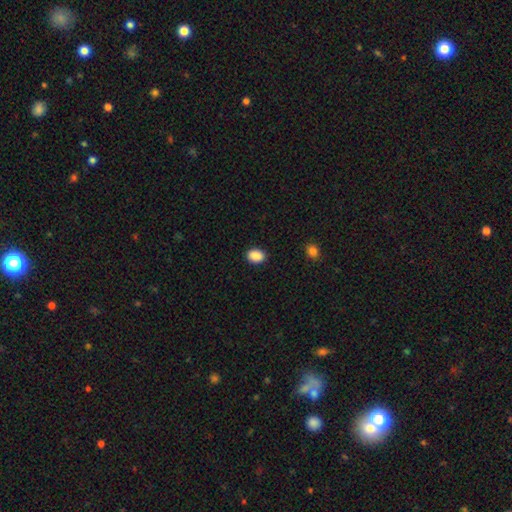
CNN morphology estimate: type=smooth (90%); roundness=in between (72%); merging=none (90%).